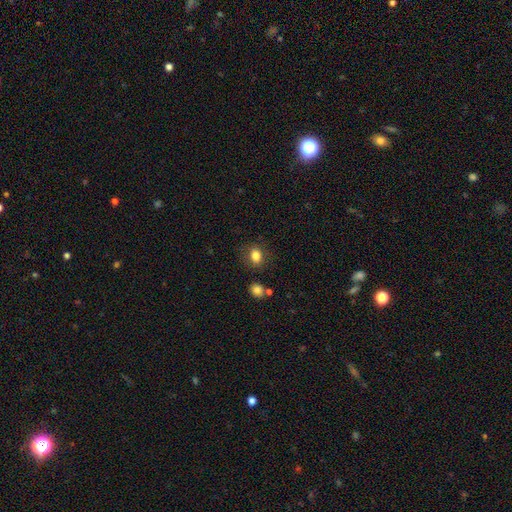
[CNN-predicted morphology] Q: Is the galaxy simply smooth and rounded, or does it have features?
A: smooth — 82%.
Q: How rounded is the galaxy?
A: in between — 57%.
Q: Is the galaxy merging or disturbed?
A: none — 81%.